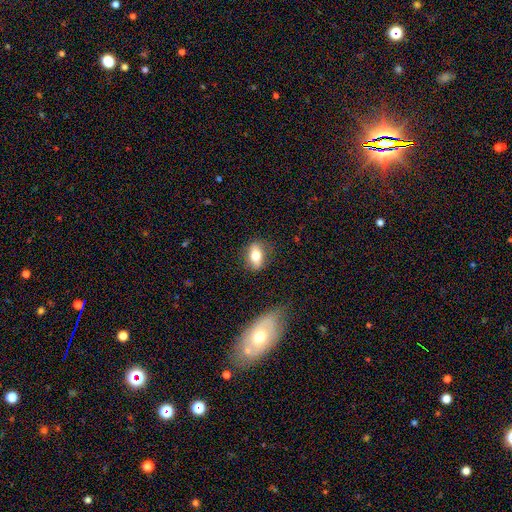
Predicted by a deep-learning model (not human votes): Morphology: type=smooth (71%); roundness=in between (80%); merging=none (78%).